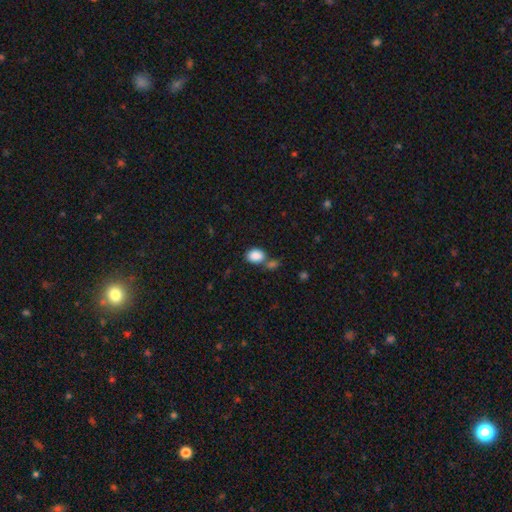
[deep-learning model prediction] smooth-or-featured: smooth: 88% | star or artifact: 8% | featured or disk: 4%
  how-rounded: in between: 72% | round: 27% | cigar-shaped: 1%
  merging: none: 54% | merger: 30% | minor disturbance: 12% | major disturbance: 5%